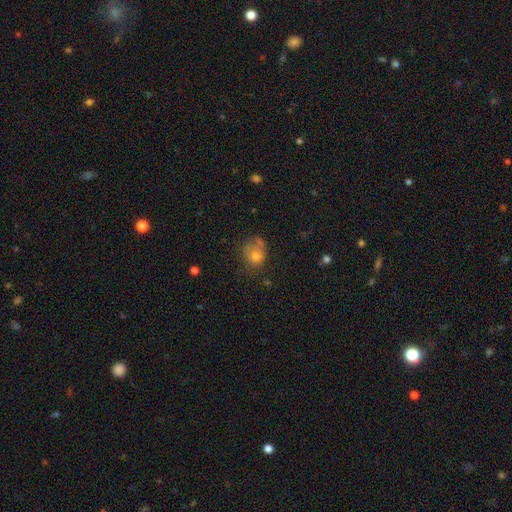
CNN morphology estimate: smooth 69%, featured or disk 18%, star or artifact 14%. Down the decision tree: how rounded — round (64%); merging — none (44%).